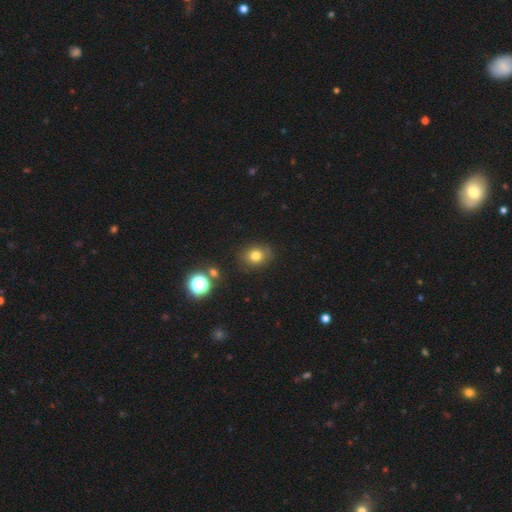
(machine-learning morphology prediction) The model was most divided on "how rounded": round: 61%, in between: 38%, cigar-shaped: 1%. More confident: merging — none (80%); smooth or featured — smooth (77%).